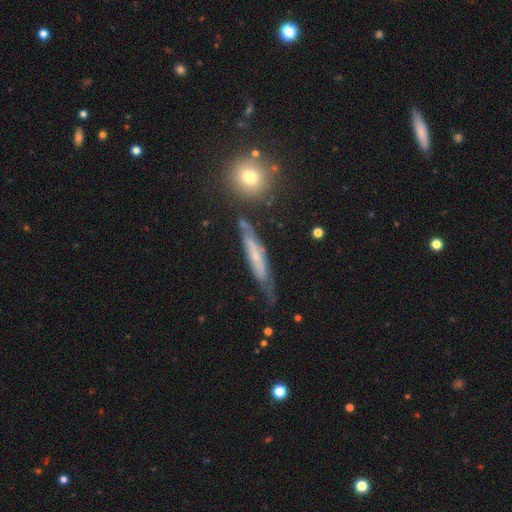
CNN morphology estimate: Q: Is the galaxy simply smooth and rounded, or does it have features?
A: featured or disk — 60%.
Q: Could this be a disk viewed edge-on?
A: yes — 66%.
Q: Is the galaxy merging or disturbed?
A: none — 55%.